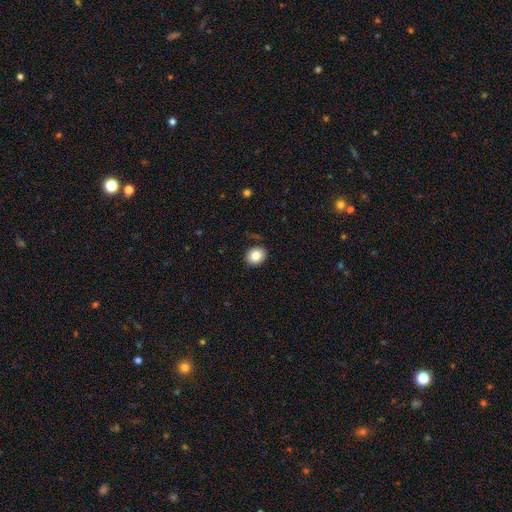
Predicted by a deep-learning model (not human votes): A smooth galaxy with no disk features (84%) that is round (67%).

Vote fractions:
- Smooth or featured? smooth: 84% / star or artifact: 9% / featured or disk: 7%
- How rounded? round: 67% / in between: 32% / cigar-shaped: 1%
- Merging? none: 88% / minor disturbance: 9% / major disturbance: 2% / merger: 1%